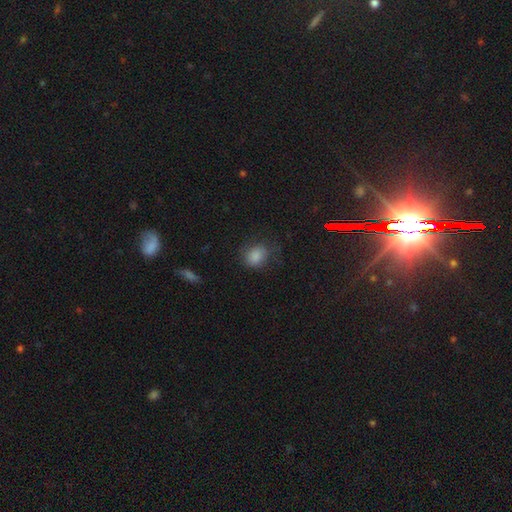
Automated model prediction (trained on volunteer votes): Morphology: type=smooth (84%); roundness=round (56%); merging=none (64%).